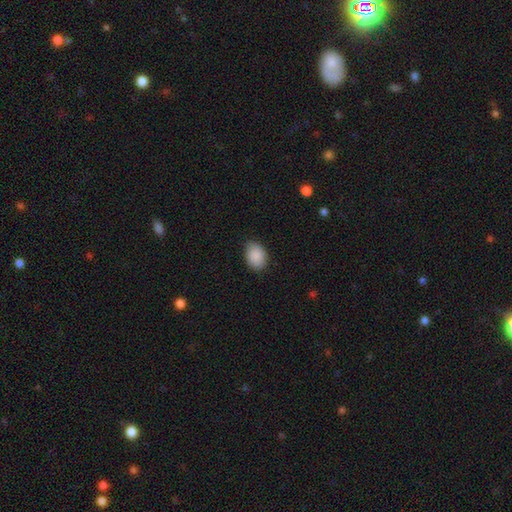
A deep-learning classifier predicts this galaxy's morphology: Q: Smooth or featured?
A: smooth (89%); runner-up: star or artifact (7%)
Q: How rounded?
A: in between (78%); runner-up: round (21%)
Q: Merging?
A: none (77%); runner-up: minor disturbance (19%)